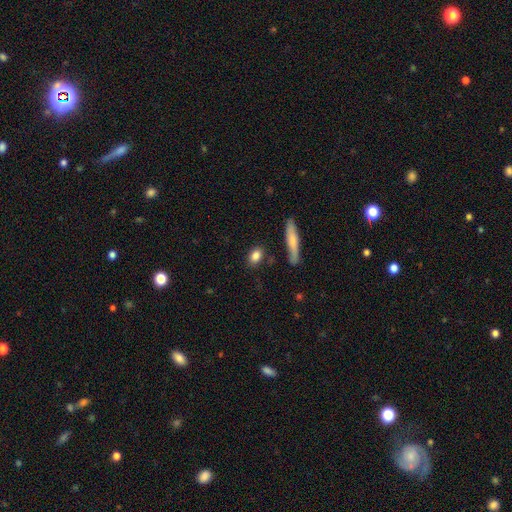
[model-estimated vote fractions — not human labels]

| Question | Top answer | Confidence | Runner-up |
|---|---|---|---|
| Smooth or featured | smooth | 83% | featured or disk (9%) |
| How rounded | in between | 69% | round (20%) |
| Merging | none | 82% | minor disturbance (11%) |